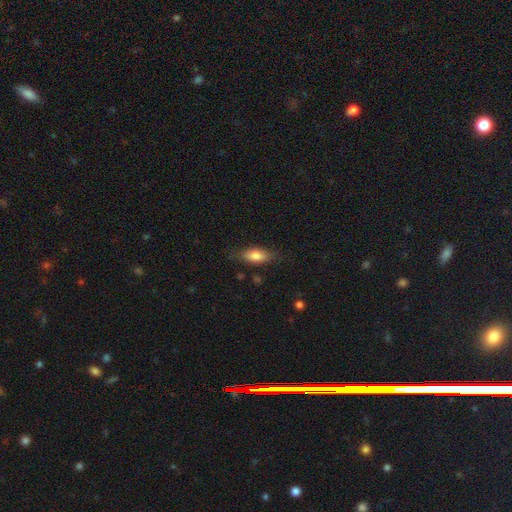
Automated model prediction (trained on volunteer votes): Morphology: type=smooth (77%); roundness=in between (77%); merging=none (78%).